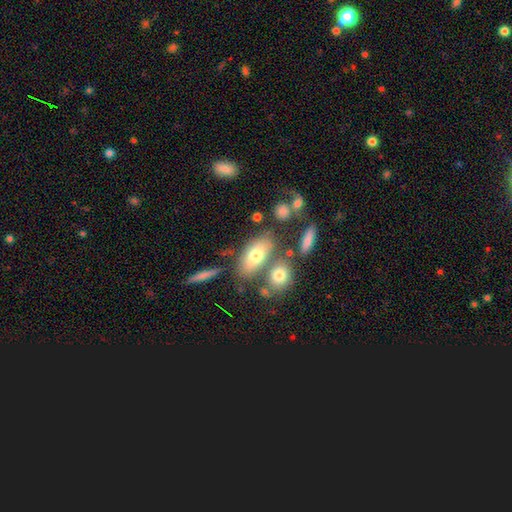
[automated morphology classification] Smooth or featured? Predicted: smooth (p=0.68). How rounded? Predicted: in between (p=0.84). Merging? Predicted: none (p=0.61).